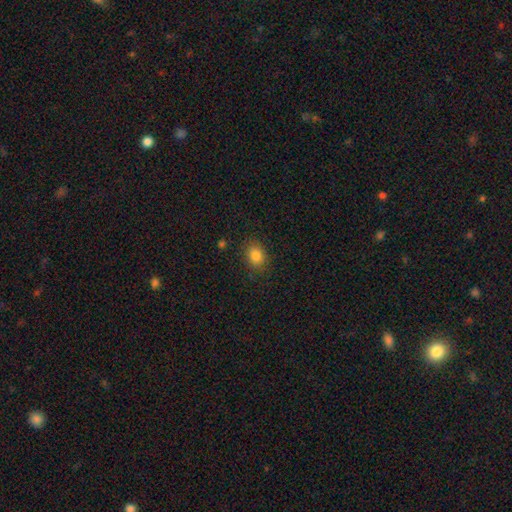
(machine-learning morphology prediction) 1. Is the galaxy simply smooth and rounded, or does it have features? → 84% smooth, 10% star or artifact, 5% featured or disk.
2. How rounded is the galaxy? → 56% in between, 43% round, 1% cigar-shaped.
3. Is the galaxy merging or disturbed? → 85% none, 10% minor disturbance, 3% major disturbance, 1% merger.